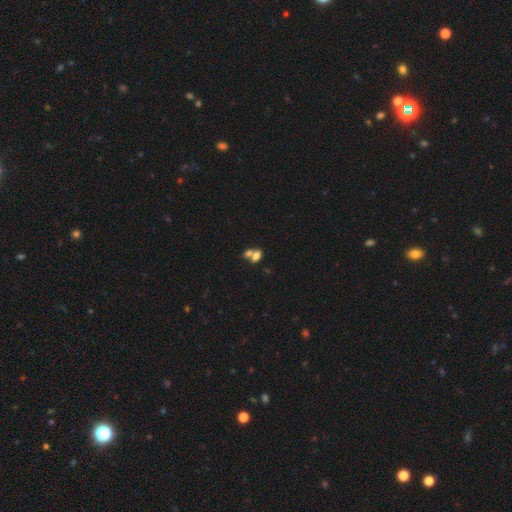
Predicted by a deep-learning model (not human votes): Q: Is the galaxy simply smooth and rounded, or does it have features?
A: smooth — 72%.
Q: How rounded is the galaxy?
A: in between — 82%.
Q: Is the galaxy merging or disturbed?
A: merger — 61%.